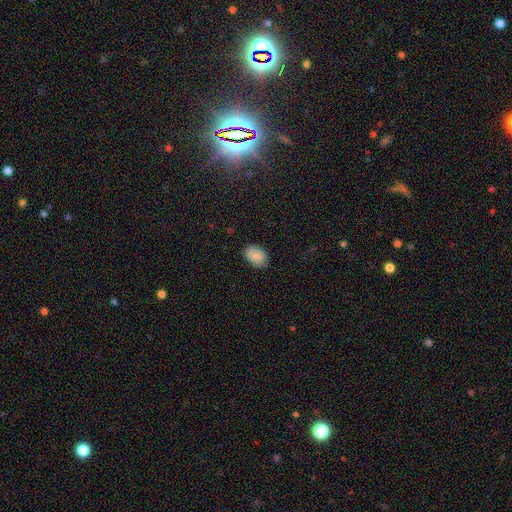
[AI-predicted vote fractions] Smooth or featured? Predicted: smooth (p=0.85). How rounded? Predicted: in between (p=0.81). Merging? Predicted: none (p=0.82).